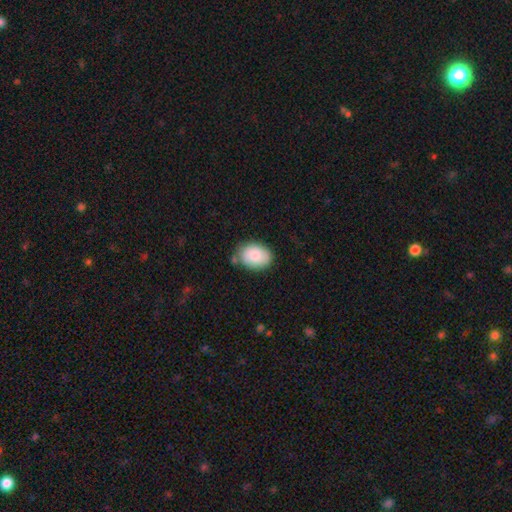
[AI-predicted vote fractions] A smooth galaxy with no disk features (81%) that is in between round and cigar-shaped (73%).

Vote fractions:
- Smooth or featured? smooth: 81% / featured or disk: 13% / star or artifact: 6%
- How rounded? in between: 73% / round: 26% / cigar-shaped: 1%
- Merging? none: 73% / minor disturbance: 18% / merger: 5% / major disturbance: 4%